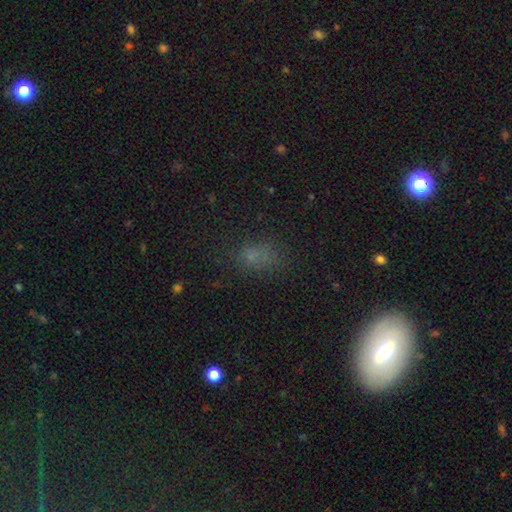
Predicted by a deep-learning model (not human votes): A smooth galaxy with no disk features (60%) that is in between round and cigar-shaped (74%).

Vote fractions:
- Smooth or featured? smooth: 60% / star or artifact: 28% / featured or disk: 12%
- How rounded? in between: 74% / round: 22% / cigar-shaped: 4%
- Merging? none: 61% / minor disturbance: 21% / major disturbance: 13% / merger: 4%